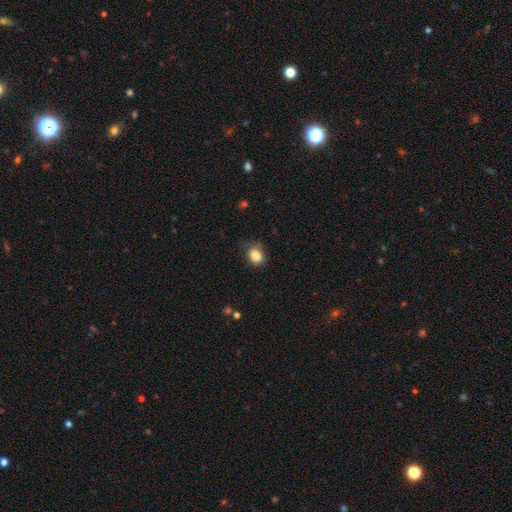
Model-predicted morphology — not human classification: Q: Smooth or featured?
A: smooth (85%); runner-up: star or artifact (10%)
Q: How rounded?
A: round (53%); runner-up: in between (46%)
Q: Merging?
A: none (70%); runner-up: minor disturbance (23%)